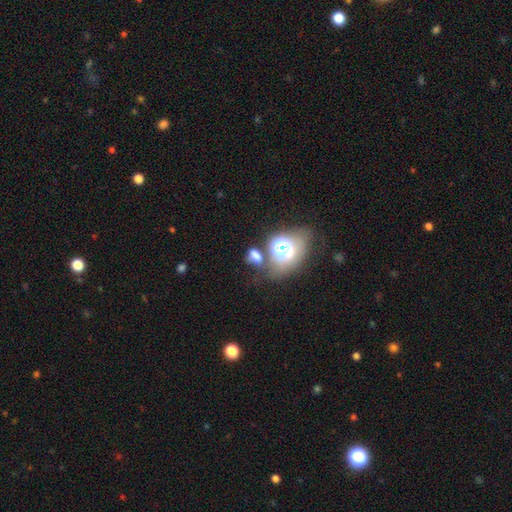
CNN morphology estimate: type=smooth (65%); roundness=in between (65%); merging=none (52%).